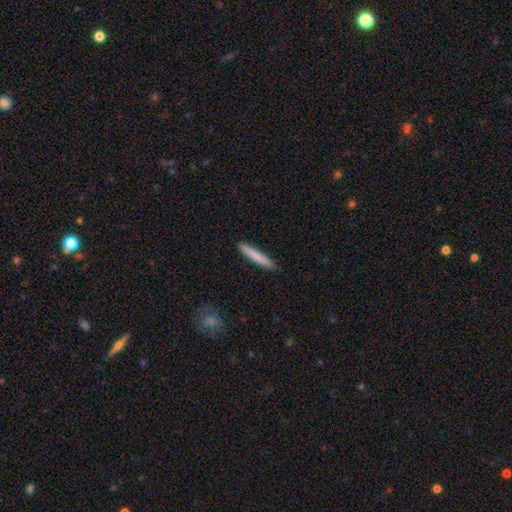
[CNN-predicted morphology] Overall: smooth (80%). How rounded: cigar-shaped (95%). Merging: none (91%).